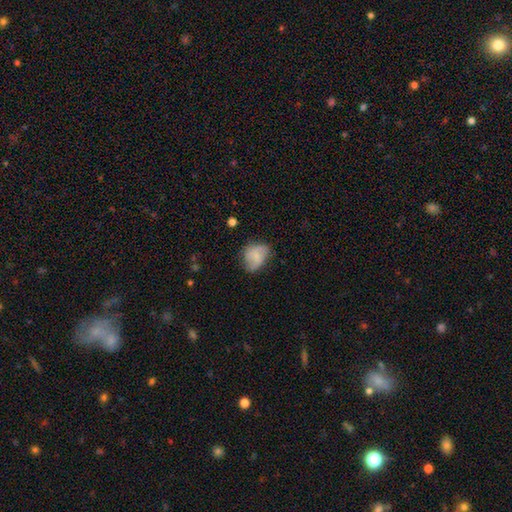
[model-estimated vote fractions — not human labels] A smooth galaxy with no disk features (55%) that is in between round and cigar-shaped (57%).

Vote fractions:
- Smooth or featured? smooth: 55% / featured or disk: 36% / star or artifact: 8%
- How rounded? in between: 57% / round: 42% / cigar-shaped: 1%
- Merging? none: 54% / minor disturbance: 32% / major disturbance: 12% / merger: 2%